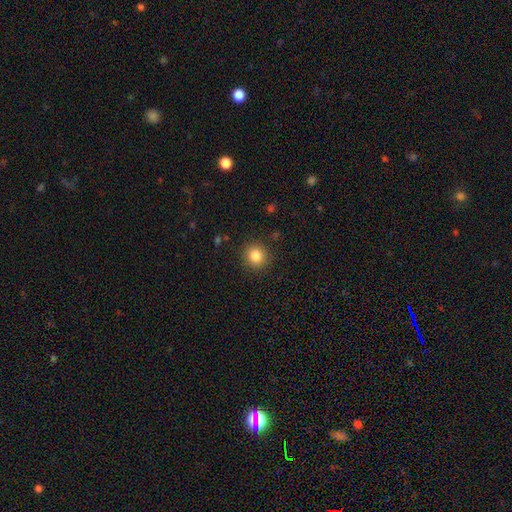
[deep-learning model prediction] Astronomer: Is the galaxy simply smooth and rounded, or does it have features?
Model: smooth — 84%.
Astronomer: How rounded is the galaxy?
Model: round — 90%.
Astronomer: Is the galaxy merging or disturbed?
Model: none — 89%.